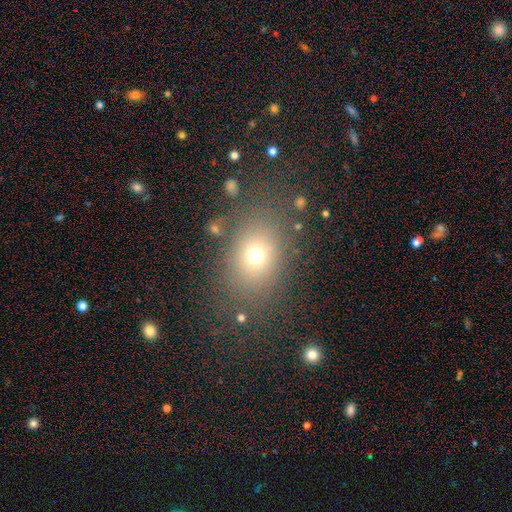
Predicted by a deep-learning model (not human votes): Smooth or featured? smooth (70%)
How rounded? in between (54%)
Merging? none (75%)